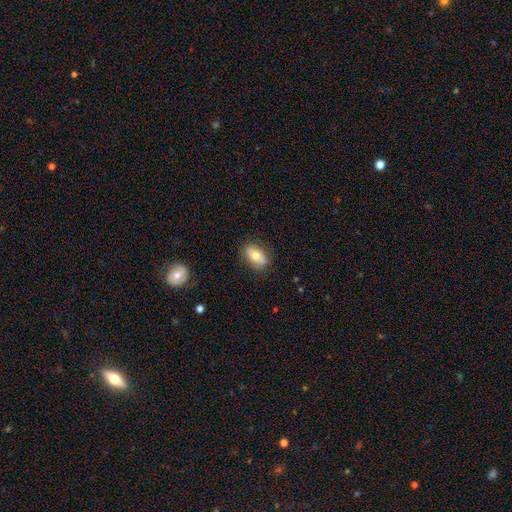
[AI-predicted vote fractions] A smooth galaxy with no disk features (66%) that is in between round and cigar-shaped (87%).

Vote fractions:
- Smooth or featured? smooth: 66% / featured or disk: 26% / star or artifact: 8%
- How rounded? in between: 87% / round: 9% / cigar-shaped: 4%
- Merging? none: 82% / minor disturbance: 13% / major disturbance: 3% / merger: 1%